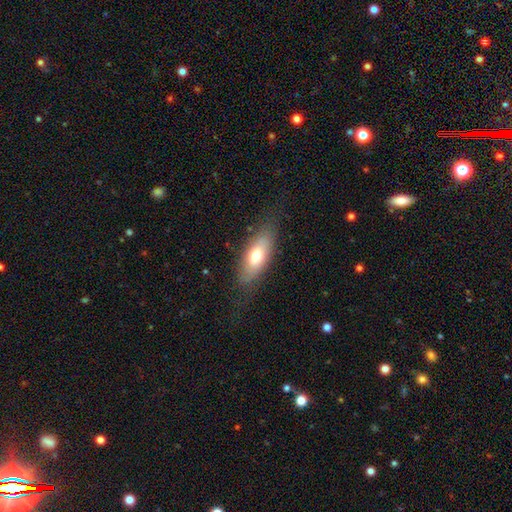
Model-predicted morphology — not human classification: A smooth galaxy with no disk features (67%) that is in between round and cigar-shaped (78%).

Vote fractions:
- Smooth or featured? smooth: 67% / featured or disk: 26% / star or artifact: 7%
- How rounded? in between: 78% / cigar-shaped: 19% / round: 3%
- Merging? none: 75% / minor disturbance: 17% / major disturbance: 6% / merger: 1%